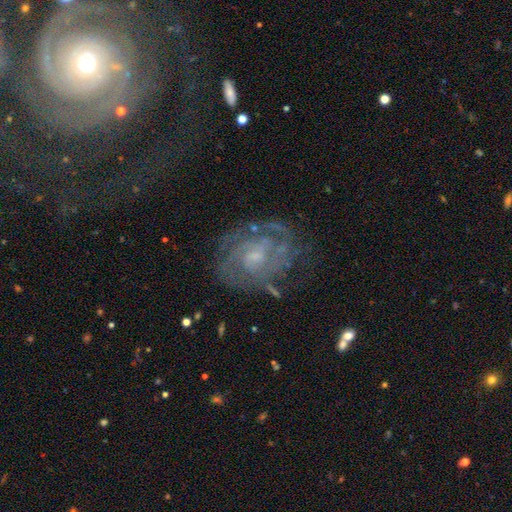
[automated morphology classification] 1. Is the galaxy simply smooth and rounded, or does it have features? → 82% featured or disk, 9% smooth, 8% star or artifact.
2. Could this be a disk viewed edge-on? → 97% no, 3% yes.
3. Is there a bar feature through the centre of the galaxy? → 52% no, 41% weak, 7% strong.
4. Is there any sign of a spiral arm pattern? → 91% yes, 9% no.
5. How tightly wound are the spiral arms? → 56% tight, 34% medium, 10% loose.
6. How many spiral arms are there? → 36% can't tell, 30% 2, 16% 3, 7% 4, 5% 1, 5% more than 4.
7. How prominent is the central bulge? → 56% small, 27% moderate, 14% none, 2% large, 1% dominant.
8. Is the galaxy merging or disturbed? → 67% none, 18% minor disturbance, 12% major disturbance, 2% merger.